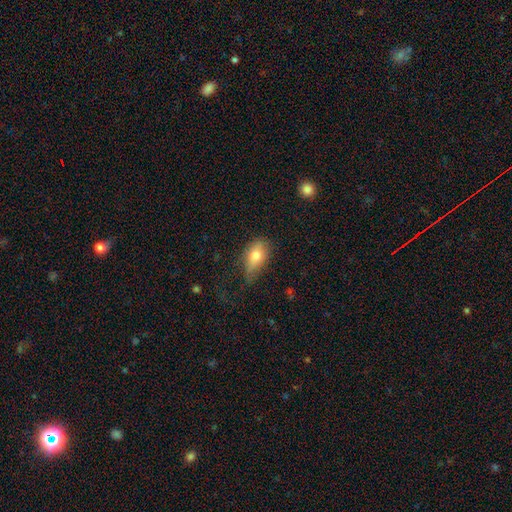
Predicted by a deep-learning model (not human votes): The model was most divided on "merging": none: 46%, minor disturbance: 36%, major disturbance: 15%, merger: 2%. More confident: how rounded — in between (85%); smooth or featured — smooth (74%).